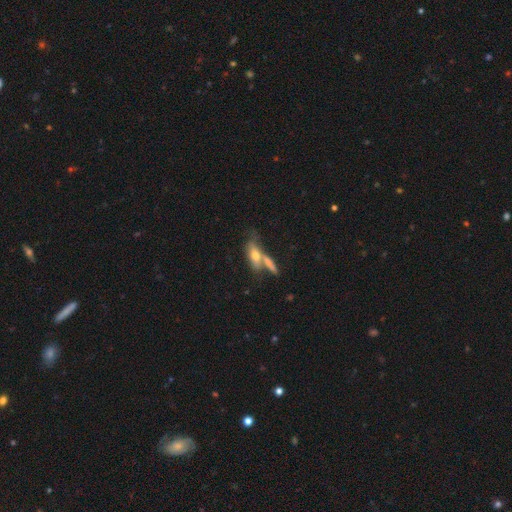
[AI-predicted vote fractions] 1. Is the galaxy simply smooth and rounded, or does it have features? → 56% smooth, 35% featured or disk, 8% star or artifact.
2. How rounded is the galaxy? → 59% in between, 37% cigar-shaped, 4% round.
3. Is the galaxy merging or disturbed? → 44% merger, 36% none, 13% minor disturbance, 7% major disturbance.